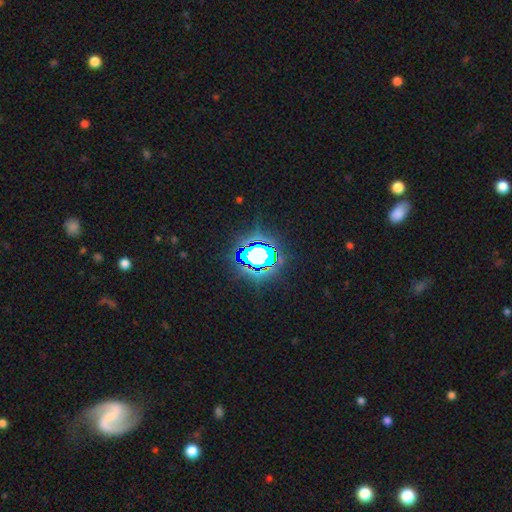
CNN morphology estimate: A star or artifact, not a galaxy (64%).